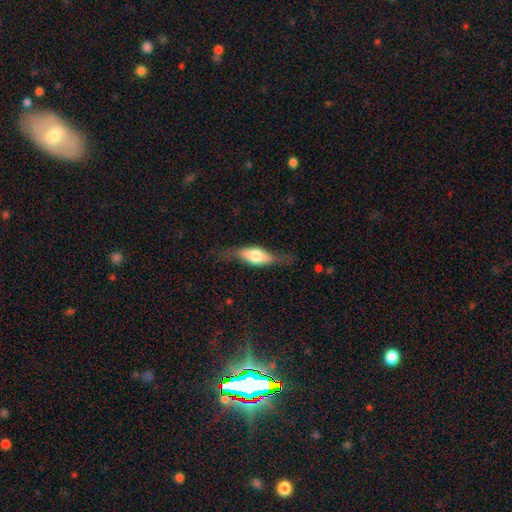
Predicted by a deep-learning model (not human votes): smooth_or_featured: featured or disk (p=0.49) [alt: smooth p=0.44]
merging: none (p=0.65) [alt: minor disturbance p=0.21]